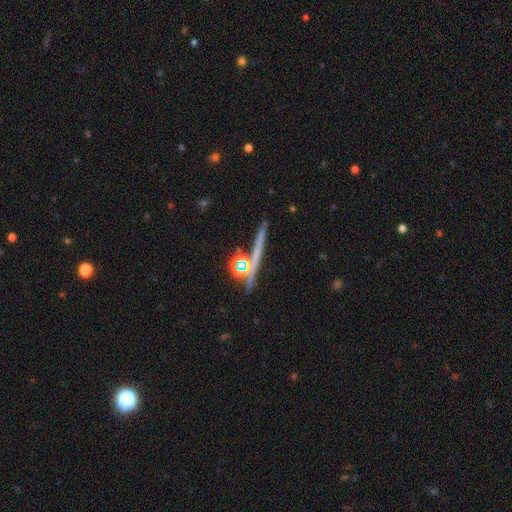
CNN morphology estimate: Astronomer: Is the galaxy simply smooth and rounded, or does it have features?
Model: featured or disk — 47% (runner-up: smooth, 30%).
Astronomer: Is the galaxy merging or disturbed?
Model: none — 72%.